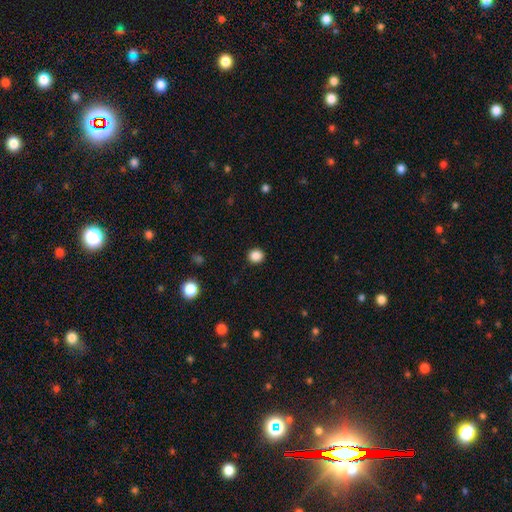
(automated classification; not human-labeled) Smooth or featured? Predicted: smooth (p=0.86). How rounded? Predicted: round (p=0.87). Merging? Predicted: none (p=0.92).